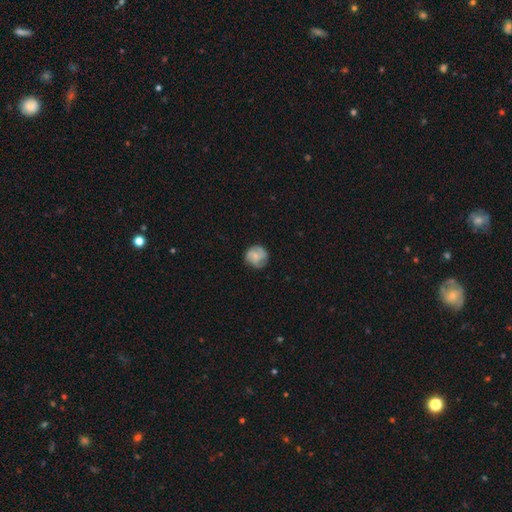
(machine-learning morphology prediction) This is possibly a featured or disk galaxy (48%). Merging: likely none (72%).